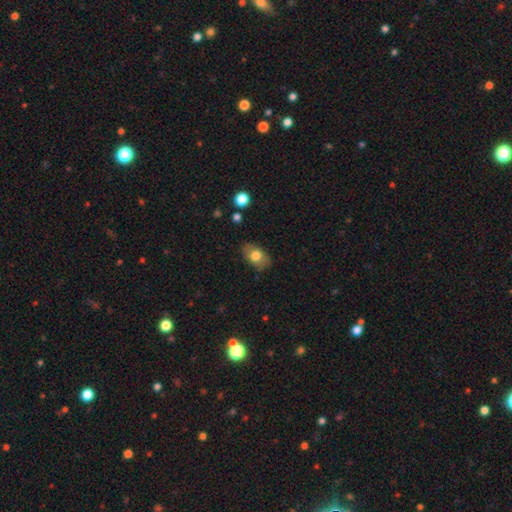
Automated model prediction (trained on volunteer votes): The model was most divided on "smooth or featured": smooth: 74%, featured or disk: 18%, star or artifact: 8%. More confident: how rounded — in between (87%); merging — none (81%).